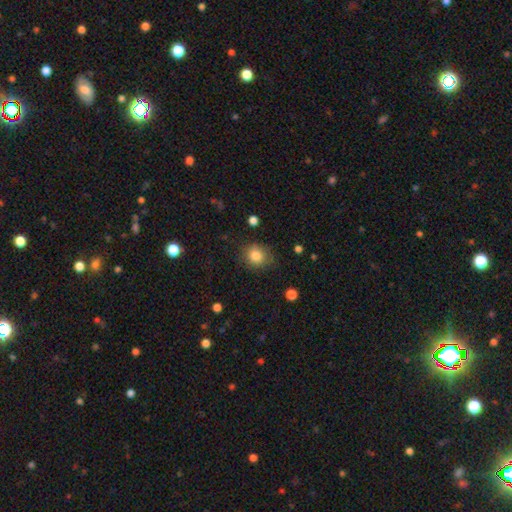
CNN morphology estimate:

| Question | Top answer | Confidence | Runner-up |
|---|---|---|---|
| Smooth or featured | smooth | 83% | star or artifact (10%) |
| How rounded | round | 78% | in between (21%) |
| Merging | none | 79% | minor disturbance (15%) |